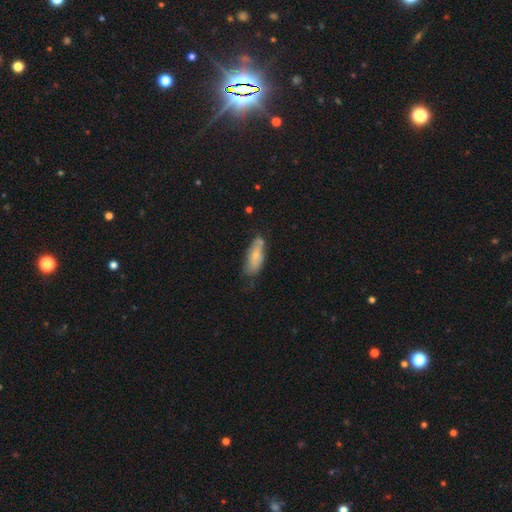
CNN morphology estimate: This appears to be a smooth galaxy with no disk features (63%) that is in between round and cigar-shaped (76%). Merging: none (54%).